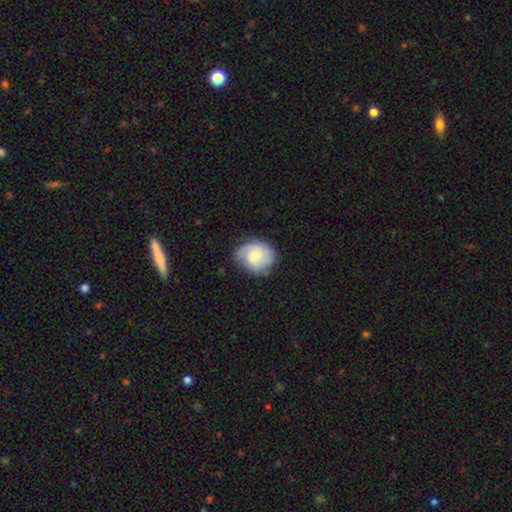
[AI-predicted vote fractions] Smooth or featured?
  - smooth: 47% *
  - featured or disk: 45%
  - star or artifact: 8%
Merging?
  - none: 66% *
  - minor disturbance: 24%
  - major disturbance: 8%
  - merger: 1%